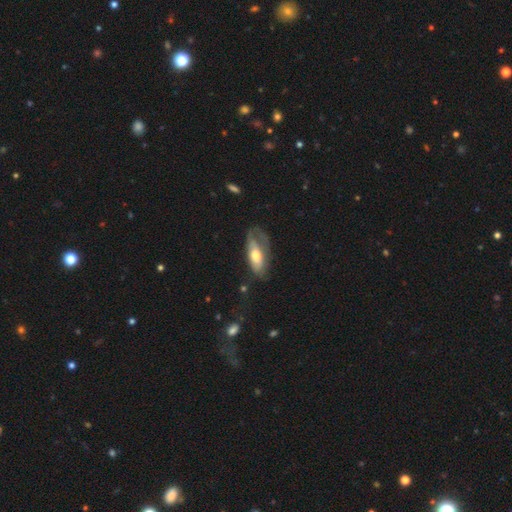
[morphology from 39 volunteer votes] Smooth or featured? smooth (59%)
How rounded? in between (91%)
Merging? major disturbance (61%)